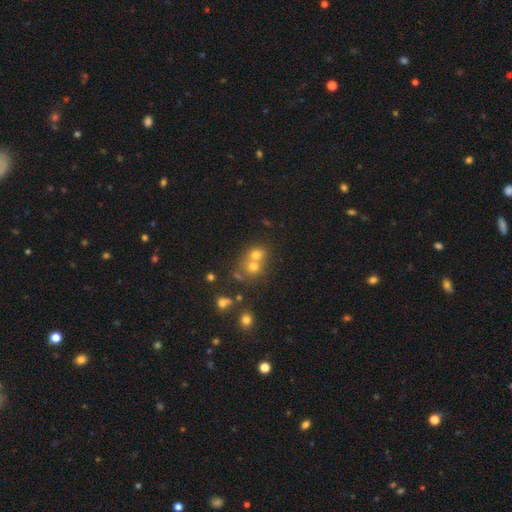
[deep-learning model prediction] This is possibly a smooth galaxy (56%). How rounded: likely round (76%). Merging: possibly merger (53%).